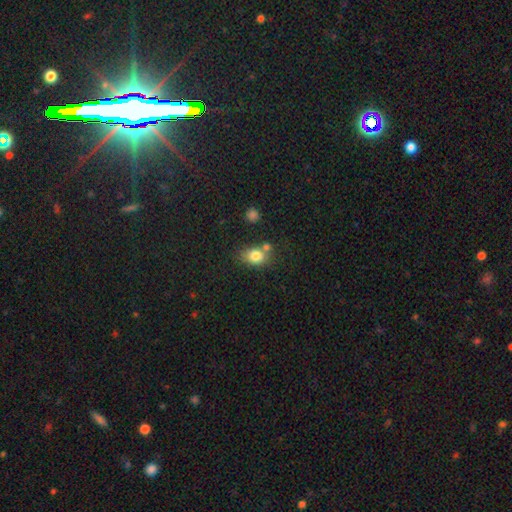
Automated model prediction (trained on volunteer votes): The model was most divided on "how rounded": in between: 62%, round: 37%, cigar-shaped: 1%. More confident: smooth or featured — smooth (80%); merging — none (57%).